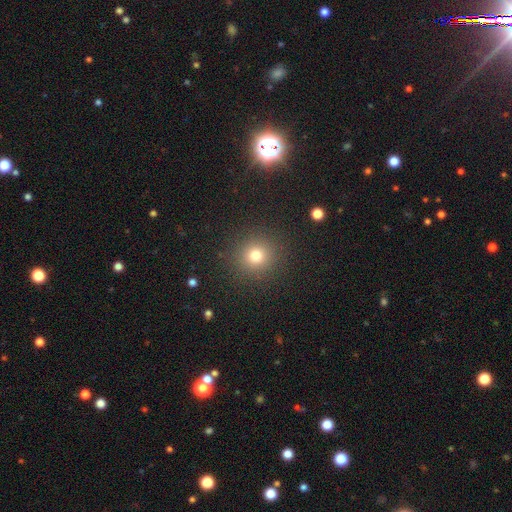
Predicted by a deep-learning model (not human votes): This appears to be a smooth galaxy with no disk features (76%) that is round (92%). Merging: none (90%).